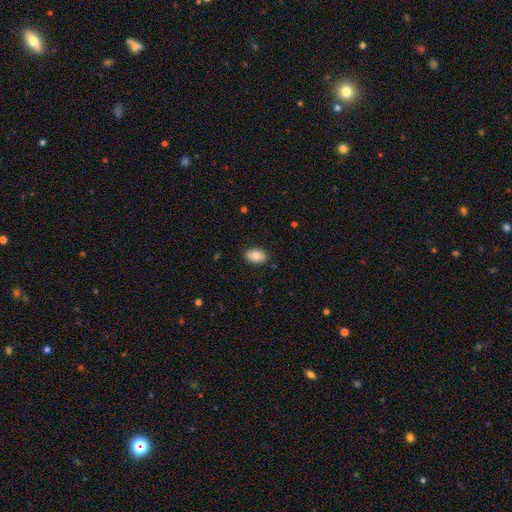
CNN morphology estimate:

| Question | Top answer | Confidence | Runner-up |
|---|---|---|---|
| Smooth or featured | smooth | 82% | featured or disk (11%) |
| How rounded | in between | 88% | round (10%) |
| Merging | none | 87% | minor disturbance (10%) |